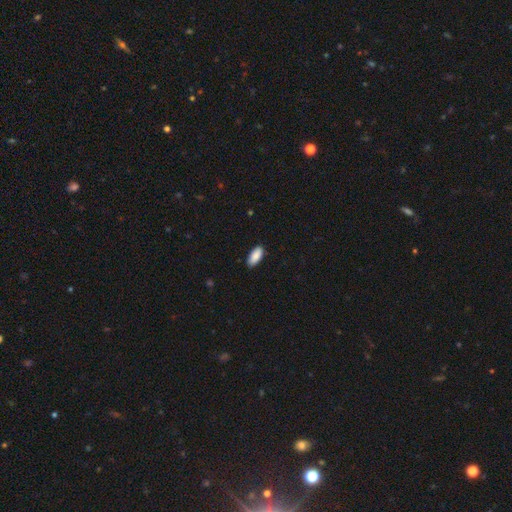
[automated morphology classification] smooth 90%, star or artifact 6%, featured or disk 4%. Down the decision tree: how rounded — in between (88%); merging — none (87%).